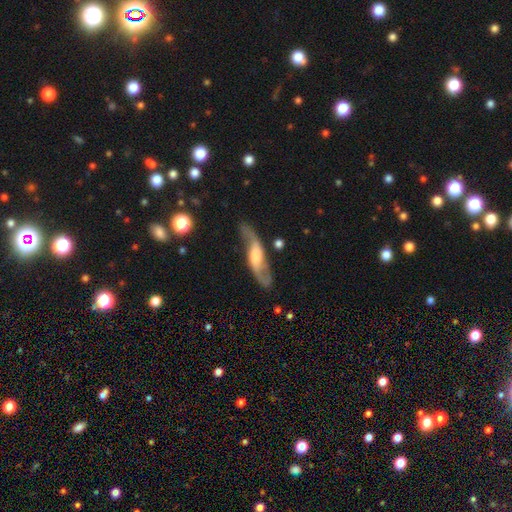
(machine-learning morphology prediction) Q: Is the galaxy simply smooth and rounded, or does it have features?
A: featured or disk — 79%.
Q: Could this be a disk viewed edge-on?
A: no — 81%.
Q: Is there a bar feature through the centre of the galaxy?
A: no — 42%.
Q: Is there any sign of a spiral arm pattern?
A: yes — 94%.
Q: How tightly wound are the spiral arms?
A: loose — 64%.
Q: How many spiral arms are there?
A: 2 — 91%.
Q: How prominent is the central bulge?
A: moderate — 36%.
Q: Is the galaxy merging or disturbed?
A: none — 73%.